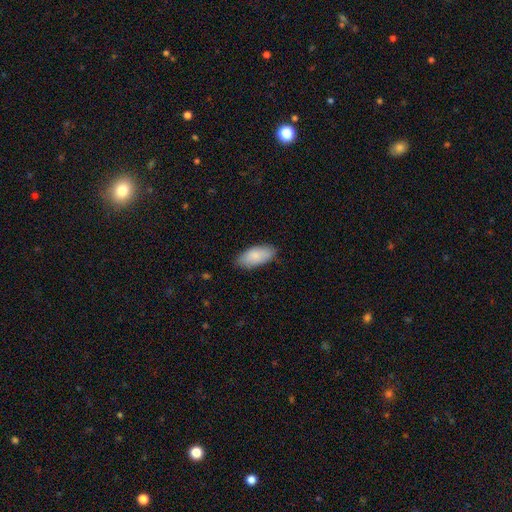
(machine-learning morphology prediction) Smooth or featured? Predicted: smooth (p=0.87). How rounded? Predicted: in between (p=0.92). Merging? Predicted: none (p=0.82).